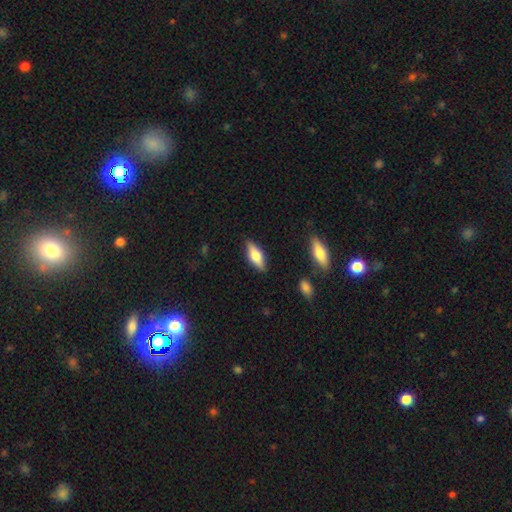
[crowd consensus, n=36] A smooth galaxy with no disk features (72%) that is in between round and cigar-shaped (46%).

Vote fractions:
- Smooth or featured? smooth: 72% / featured or disk: 25% / star or artifact: 3%
- How rounded? in between: 46% / cigar-shaped: 42% / round: 12%
- Merging? none: 71% / merger: 11% / minor disturbance: 9% / major disturbance: 9%